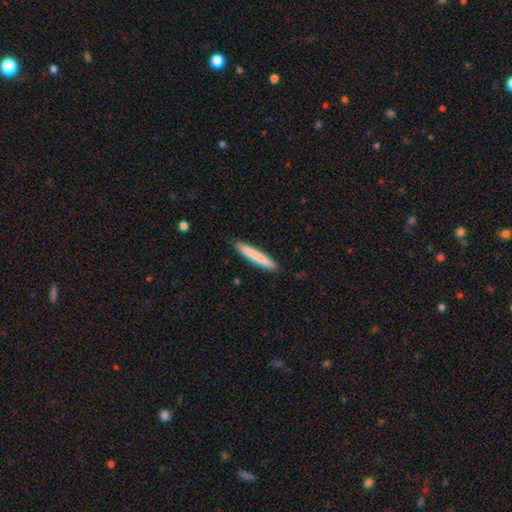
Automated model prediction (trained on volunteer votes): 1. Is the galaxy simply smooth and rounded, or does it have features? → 79% smooth, 16% featured or disk, 6% star or artifact.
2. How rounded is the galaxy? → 95% cigar-shaped, 4% in between, 1% round.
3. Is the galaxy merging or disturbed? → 91% none, 7% minor disturbance, 1% major disturbance, 1% merger.